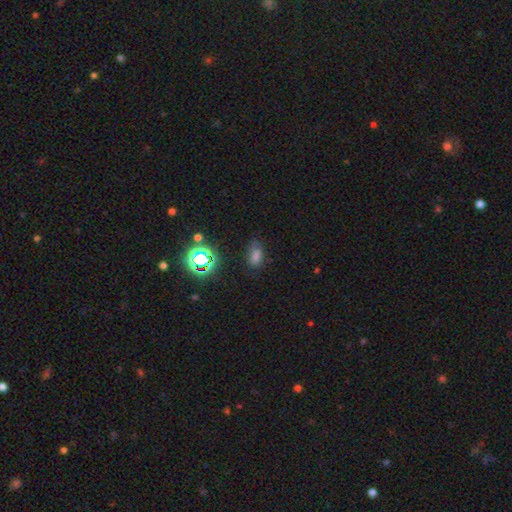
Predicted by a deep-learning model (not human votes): Q: Smooth or featured?
A: smooth (64%); runner-up: star or artifact (28%)
Q: How rounded?
A: in between (83%); runner-up: round (13%)
Q: Merging?
A: none (71%); runner-up: minor disturbance (20%)